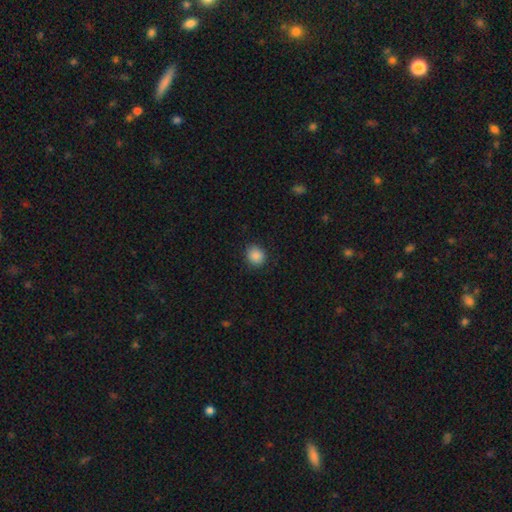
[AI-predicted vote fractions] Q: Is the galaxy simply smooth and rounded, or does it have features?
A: smooth — 88%.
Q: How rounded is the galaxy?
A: round — 83%.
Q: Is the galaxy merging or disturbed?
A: none — 89%.